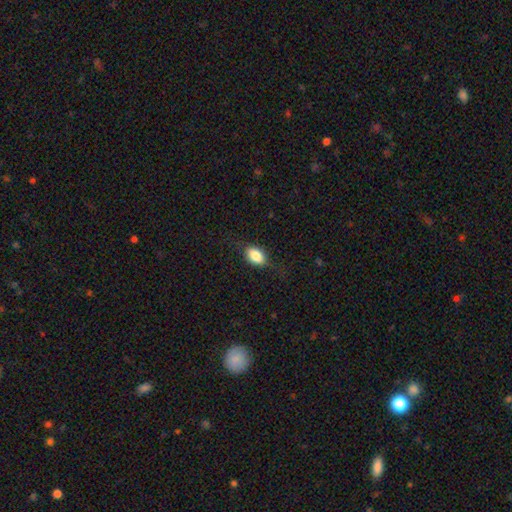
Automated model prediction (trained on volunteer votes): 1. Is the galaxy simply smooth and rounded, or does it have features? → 81% smooth, 11% featured or disk, 8% star or artifact.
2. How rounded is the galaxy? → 83% in between, 14% round, 3% cigar-shaped.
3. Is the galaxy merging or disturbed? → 75% none, 17% minor disturbance, 7% major disturbance, 1% merger.